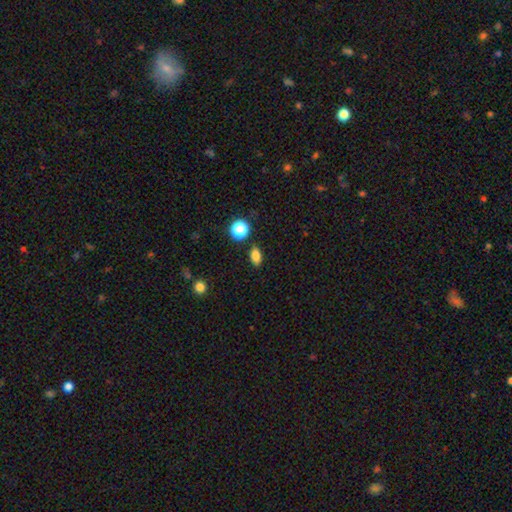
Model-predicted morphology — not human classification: smooth_or_featured: smooth (p=0.81) [alt: star or artifact p=0.13]
how_rounded: in between (p=0.82) [alt: round p=0.15]
merging: none (p=0.87) [alt: minor disturbance p=0.09]